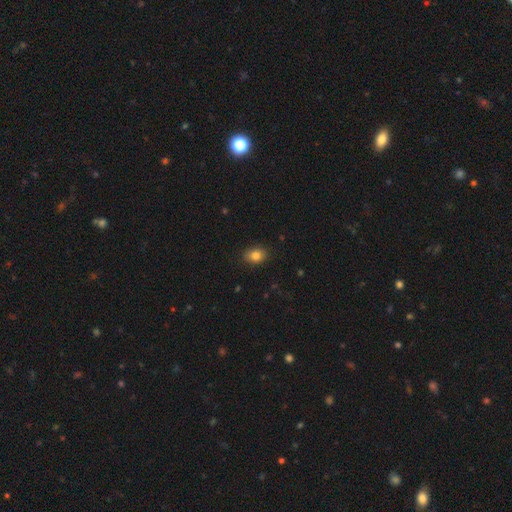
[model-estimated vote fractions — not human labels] This is clearly a smooth galaxy (82%). How rounded: likely in between (65%). Merging: clearly none (87%).